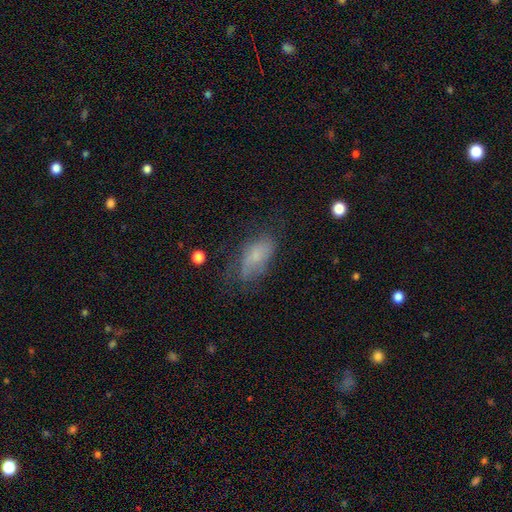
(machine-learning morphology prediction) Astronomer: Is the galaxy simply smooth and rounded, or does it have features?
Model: smooth — 64%.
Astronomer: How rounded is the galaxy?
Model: in between — 89%.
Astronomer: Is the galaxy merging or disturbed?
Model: none — 47% (runner-up: minor disturbance, 30%).